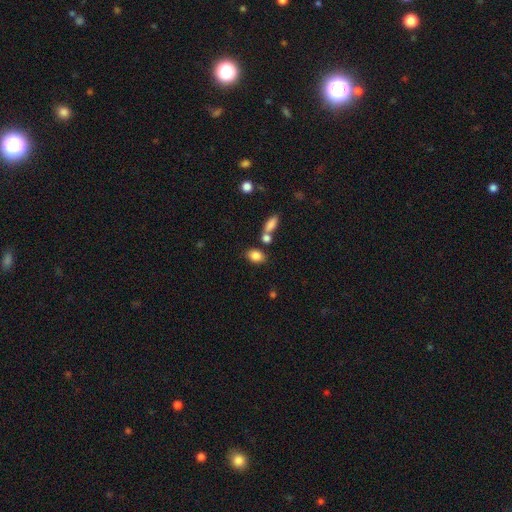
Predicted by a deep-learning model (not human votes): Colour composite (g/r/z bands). It shows a smooth galaxy with no disk features (84%) that is in between round and cigar-shaped (80%). Merging: none (65%).